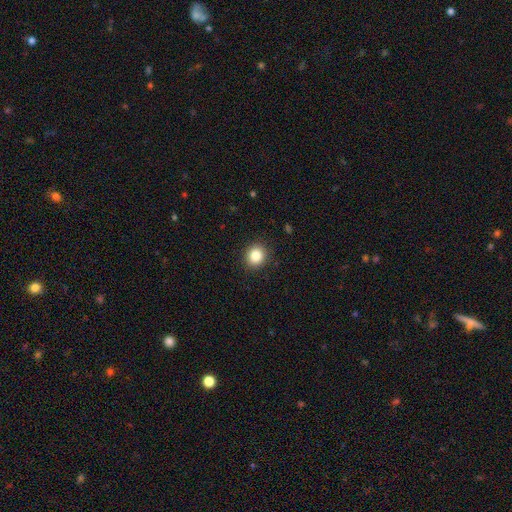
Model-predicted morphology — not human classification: Overall: smooth (85%). How rounded: round (81%). Merging: none (91%).